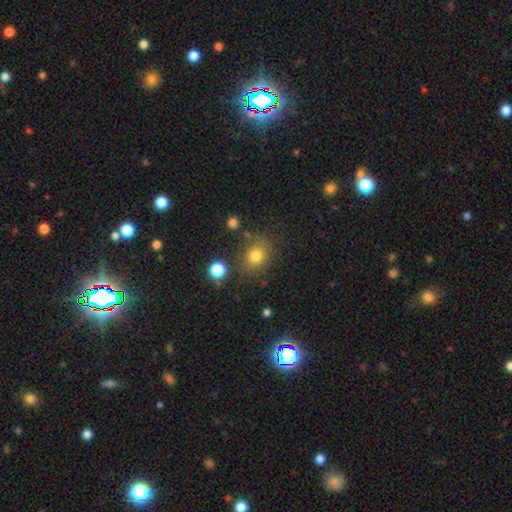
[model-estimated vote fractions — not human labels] smooth_or_featured: smooth (p=0.77) [alt: star or artifact p=0.14]
how_rounded: round (p=0.64) [alt: in between p=0.35]
merging: none (p=0.73) [alt: minor disturbance p=0.15]